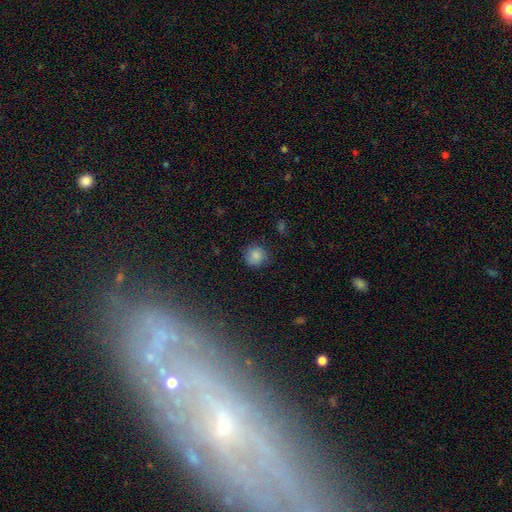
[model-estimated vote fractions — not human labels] Smooth or featured?
  - smooth: 82% *
  - star or artifact: 10%
  - featured or disk: 8%
How rounded?
  - round: 89% *
  - in between: 10%
  - cigar-shaped: 1%
Merging?
  - none: 80% *
  - minor disturbance: 15%
  - major disturbance: 4%
  - merger: 1%